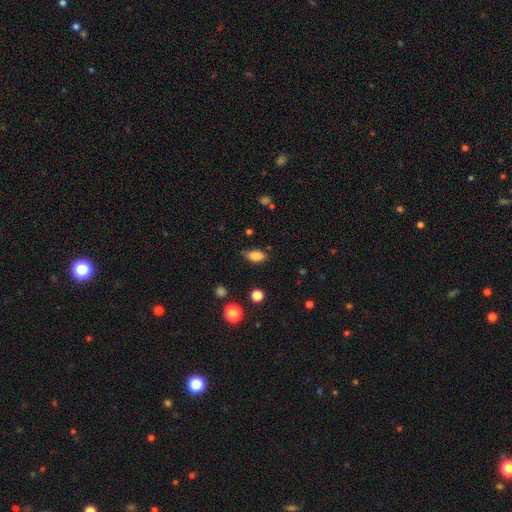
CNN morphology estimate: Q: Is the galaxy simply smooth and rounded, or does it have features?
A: smooth — 82%.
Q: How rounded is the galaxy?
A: in between — 86%.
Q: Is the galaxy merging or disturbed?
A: none — 75%.